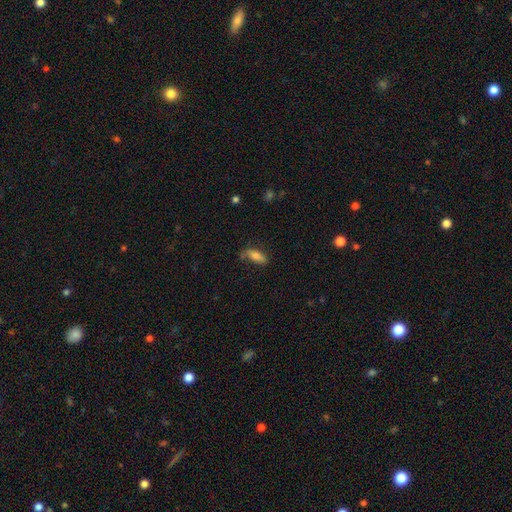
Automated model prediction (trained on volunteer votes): Smooth or featured? smooth (78%)
How rounded? in between (75%)
Merging? none (63%)